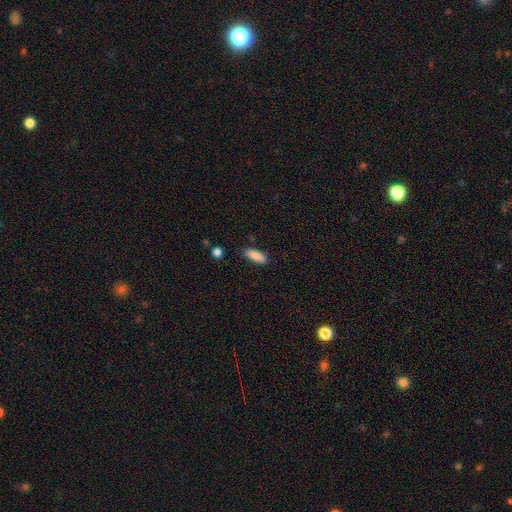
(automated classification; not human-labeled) A smooth galaxy with no disk features (88%) that is in between round and cigar-shaped (68%). Merging: none (84%).